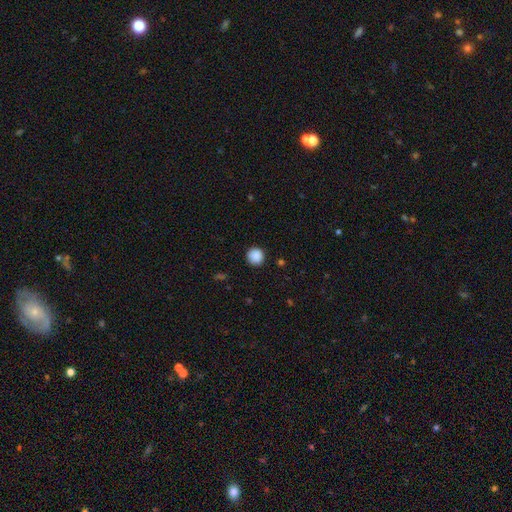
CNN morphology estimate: Smooth or featured?
  - smooth: 89% *
  - star or artifact: 9%
  - featured or disk: 3%
How rounded?
  - round: 94% *
  - in between: 5%
  - cigar-shaped: 1%
Merging?
  - none: 91% *
  - minor disturbance: 6%
  - major disturbance: 2%
  - merger: 1%